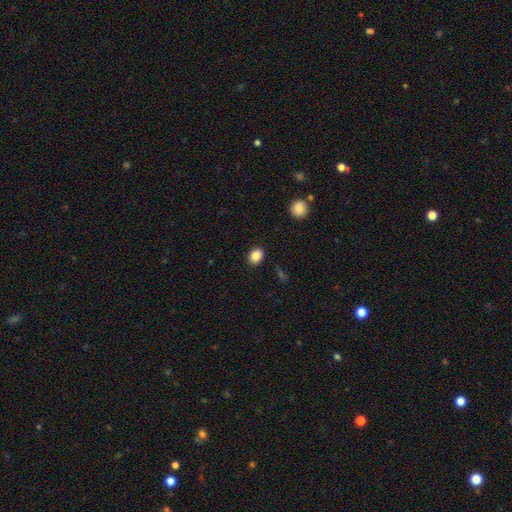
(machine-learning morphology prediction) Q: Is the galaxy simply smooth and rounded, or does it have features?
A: smooth — 86%.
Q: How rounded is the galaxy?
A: in between — 50%.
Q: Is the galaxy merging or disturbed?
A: none — 89%.